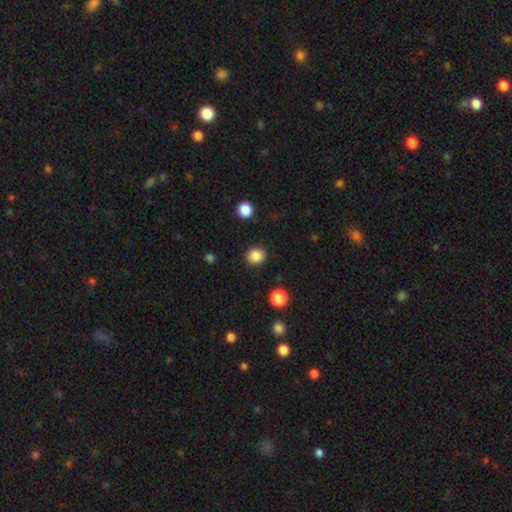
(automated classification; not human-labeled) smooth 86%, star or artifact 11%, featured or disk 4%. Down the decision tree: how rounded — round (79%); merging — none (89%).